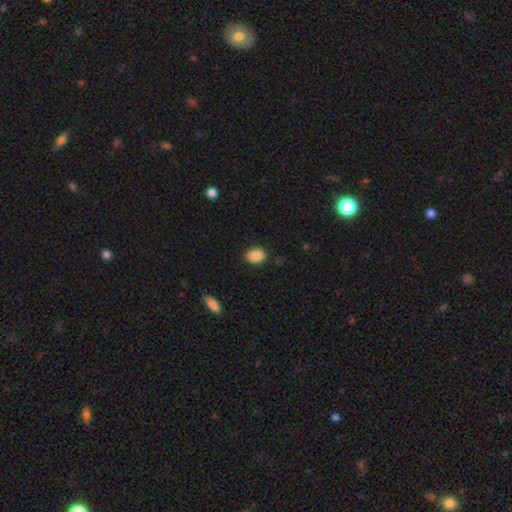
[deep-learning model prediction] A smooth galaxy with no disk features (88%) that is in between round and cigar-shaped (71%). Merging: none (88%).